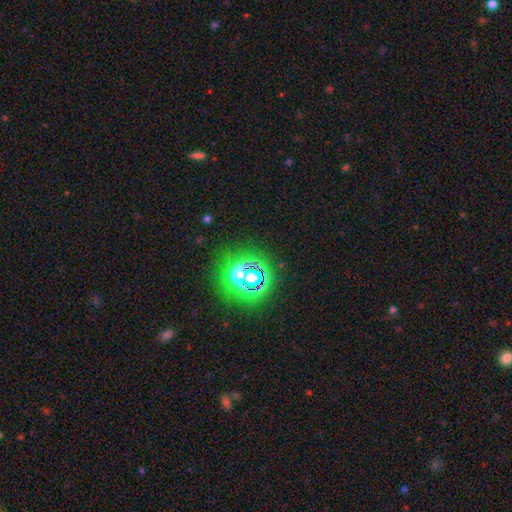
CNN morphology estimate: This appears to be a star or artifact, not a galaxy (75%).